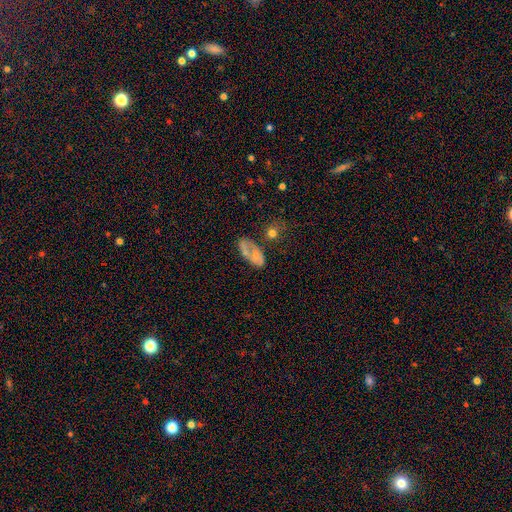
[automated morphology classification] Smooth or featured? Predicted: smooth (p=0.51). How rounded? Predicted: in between (p=0.88). Merging? Predicted: none (p=0.39).